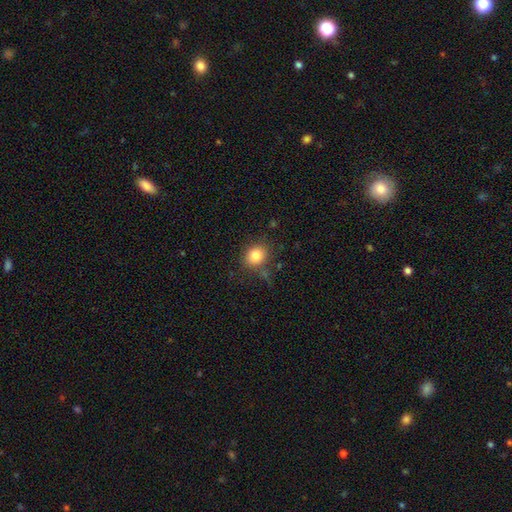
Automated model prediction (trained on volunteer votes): A smooth galaxy with no disk features (82%) that is round (68%). Merging: none (78%).